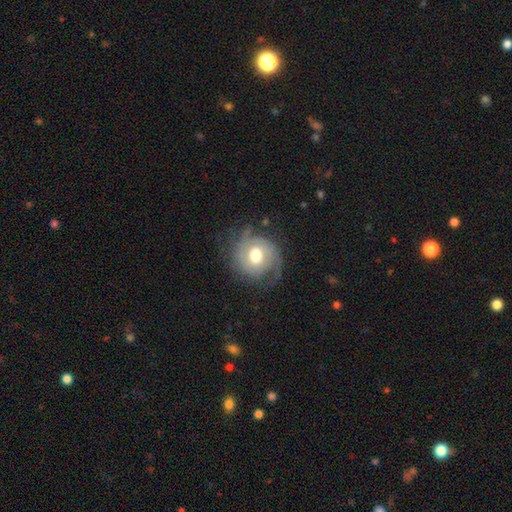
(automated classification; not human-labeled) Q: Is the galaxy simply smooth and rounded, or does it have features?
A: featured or disk — 70%.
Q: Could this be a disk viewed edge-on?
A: no — 97%.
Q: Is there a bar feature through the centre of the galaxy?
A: no — 66%.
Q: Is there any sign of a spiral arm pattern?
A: yes — 86%.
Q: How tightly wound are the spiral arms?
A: tight — 42%.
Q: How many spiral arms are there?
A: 2 — 58%.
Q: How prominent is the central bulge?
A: moderate — 61%.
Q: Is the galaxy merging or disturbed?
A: none — 62%.